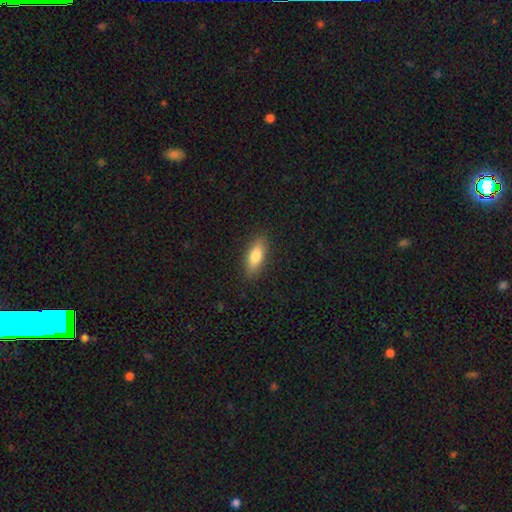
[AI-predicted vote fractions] Overall: smooth (79%). How rounded: in between (70%). Merging: none (88%).